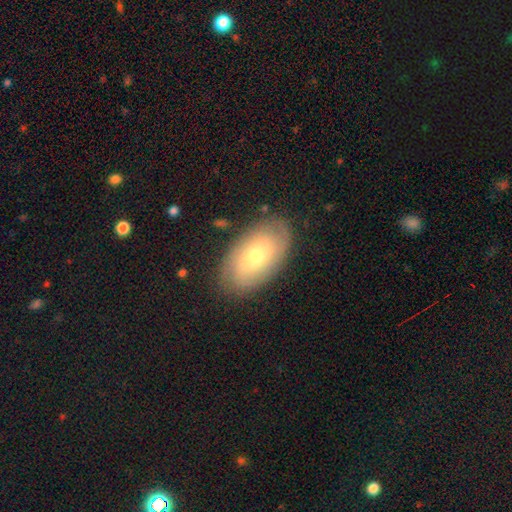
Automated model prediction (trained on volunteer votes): Smooth or featured? smooth (53%)
How rounded? in between (93%)
Merging? none (82%)